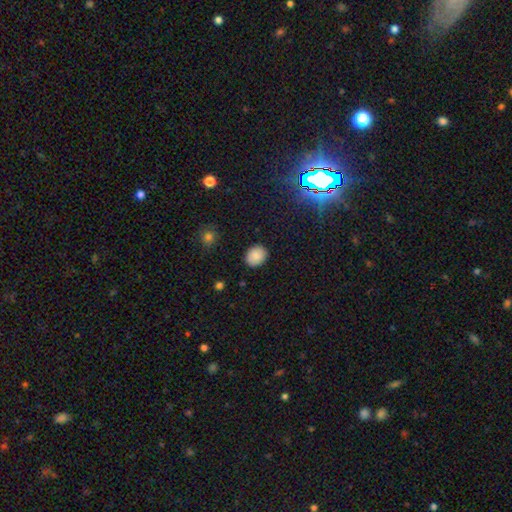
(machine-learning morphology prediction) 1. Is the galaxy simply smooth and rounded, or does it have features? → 85% smooth, 9% star or artifact, 5% featured or disk.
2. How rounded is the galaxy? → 53% round, 46% in between, 1% cigar-shaped.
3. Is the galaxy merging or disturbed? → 88% none, 9% minor disturbance, 2% major disturbance, 1% merger.